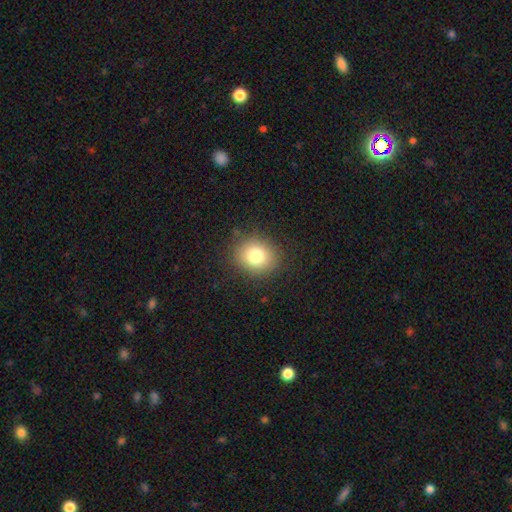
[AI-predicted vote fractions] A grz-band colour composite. It shows a smooth galaxy with no disk features (80%) that is round (77%). Merging: none (87%).